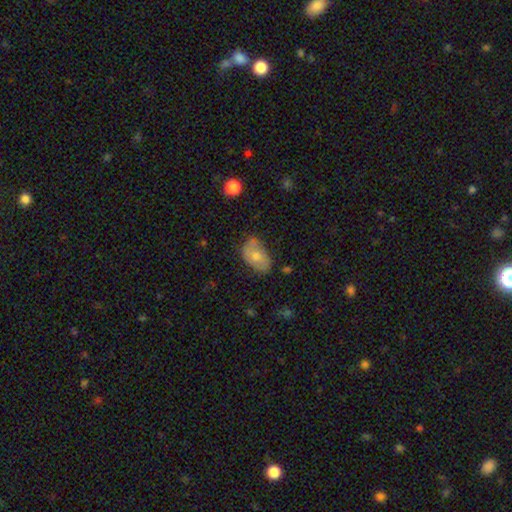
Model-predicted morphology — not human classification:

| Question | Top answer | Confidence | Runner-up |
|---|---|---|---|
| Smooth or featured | smooth | 68% | featured or disk (24%) |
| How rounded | in between | 91% | round (8%) |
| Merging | none | 53% | minor disturbance (34%) |